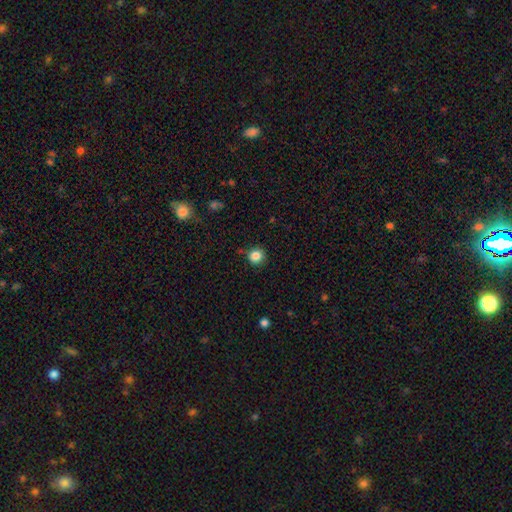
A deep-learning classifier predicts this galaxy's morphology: A smooth galaxy with no disk features (84%) that is round (93%).

Vote fractions:
- Smooth or featured? smooth: 84% / star or artifact: 11% / featured or disk: 4%
- How rounded? round: 93% / in between: 6% / cigar-shaped: 1%
- Merging? none: 85% / minor disturbance: 11% / major disturbance: 2% / merger: 2%